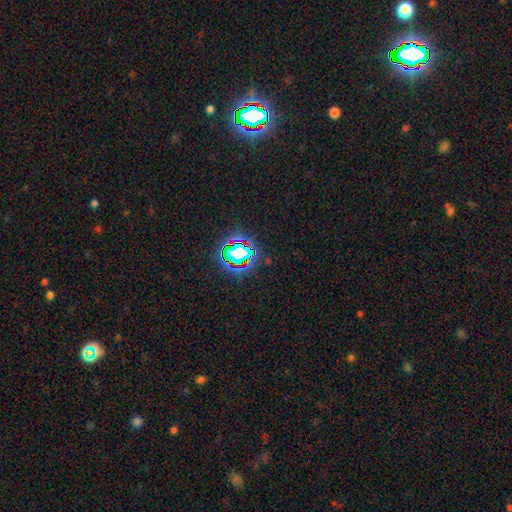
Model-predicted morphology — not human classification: smooth-or-featured: star or artifact: 81% | smooth: 12% | featured or disk: 8%